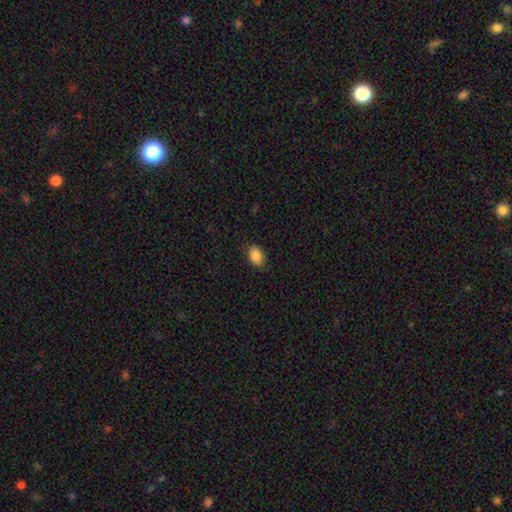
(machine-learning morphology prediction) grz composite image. It shows a smooth galaxy with no disk features (88%) that is in between round and cigar-shaped (76%). Merging: none (84%).